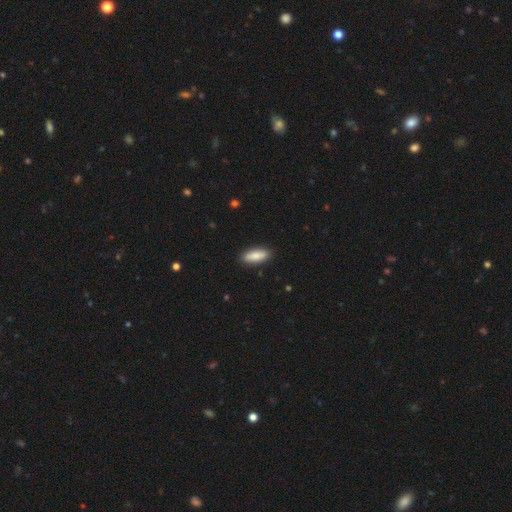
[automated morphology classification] Smooth or featured? smooth (83%)
How rounded? in between (68%)
Merging? none (89%)